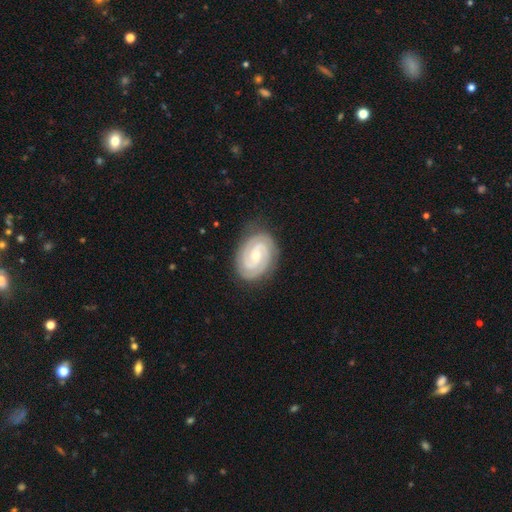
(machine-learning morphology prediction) smooth_or_featured: featured or disk (p=0.90) [alt: smooth p=0.06]
disk_edge_on: no (p=0.98) [alt: yes p=0.02]
bar: no (p=0.47) [alt: weak p=0.40]
has_spiral_arms: yes (p=0.98) [alt: no p=0.02]
spiral_winding: tight (p=0.77) [alt: medium p=0.21]
spiral_arm_count: 2 (p=0.71) [alt: 3 p=0.15]
bulge_size: small (p=0.60) [alt: moderate p=0.36]
merging: none (p=0.84) [alt: minor disturbance p=0.12]